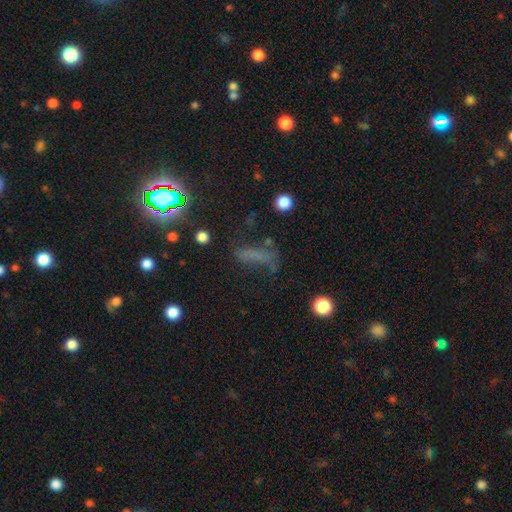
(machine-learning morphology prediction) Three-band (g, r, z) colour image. It shows a smooth galaxy with no disk features (46%). Merging: none (47%).